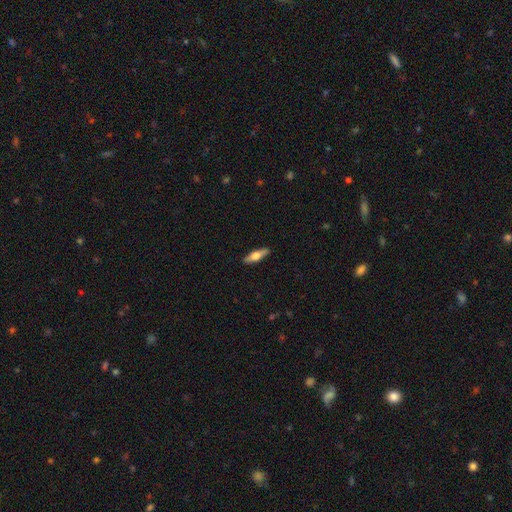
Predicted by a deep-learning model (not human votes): The model was most divided on "smooth or featured": smooth: 51%, featured or disk: 43%, star or artifact: 6%. More confident: merging — none (88%); how rounded — cigar-shaped (57%).